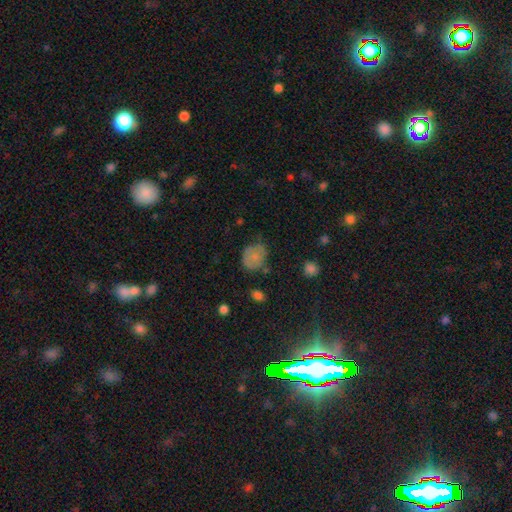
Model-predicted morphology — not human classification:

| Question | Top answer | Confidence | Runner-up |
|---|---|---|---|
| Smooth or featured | smooth | 67% | featured or disk (23%) |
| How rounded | round | 64% | in between (36%) |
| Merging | none | 56% | minor disturbance (30%) |